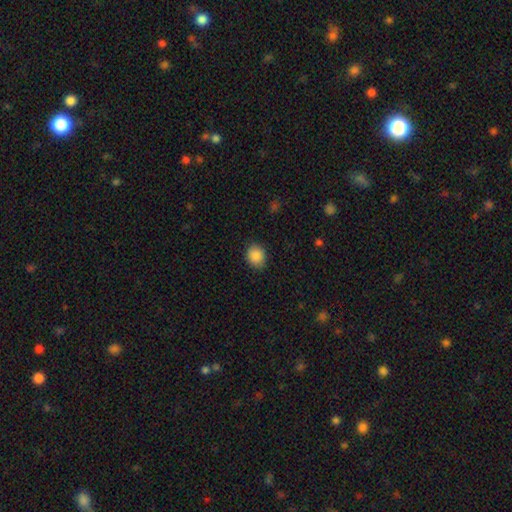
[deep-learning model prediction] Smooth or featured? smooth (88%)
How rounded? round (59%)
Merging? none (85%)